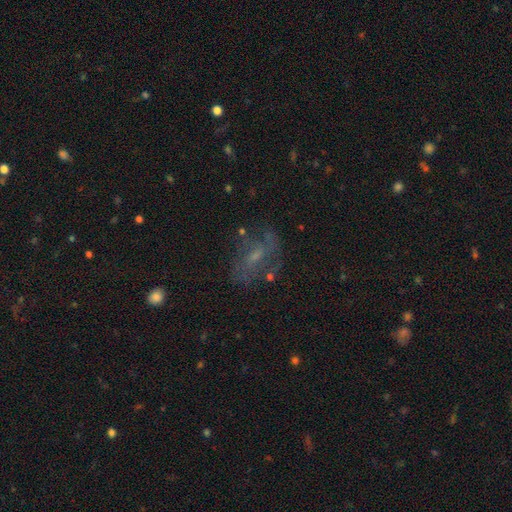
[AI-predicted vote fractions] The model was most divided on "smooth or featured": featured or disk: 50%, smooth: 31%, star or artifact: 19%. More confident: edge-on disk — no (91%); merging — none (60%).